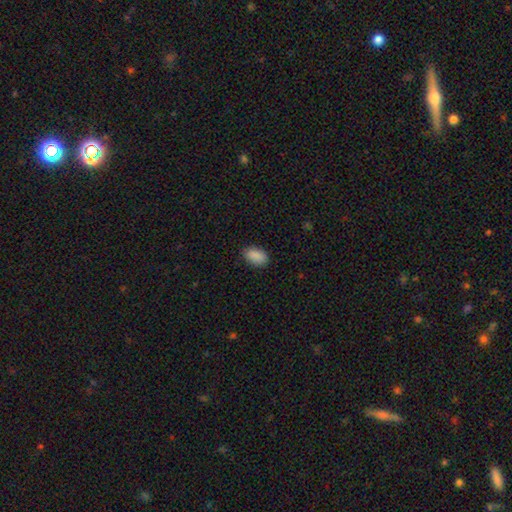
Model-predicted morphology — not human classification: This appears to be a smooth galaxy with no disk features (90%) that is in between round and cigar-shaped (92%). Merging: none (86%).